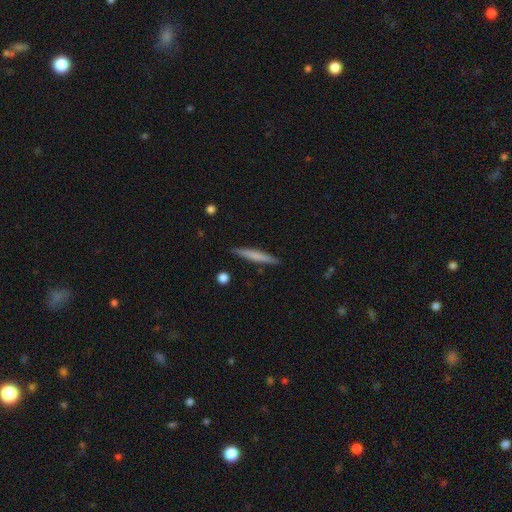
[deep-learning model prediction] Q: Smooth or featured?
A: smooth (63%); runner-up: featured or disk (32%)
Q: How rounded?
A: cigar-shaped (95%); runner-up: in between (3%)
Q: Merging?
A: none (89%); runner-up: minor disturbance (8%)